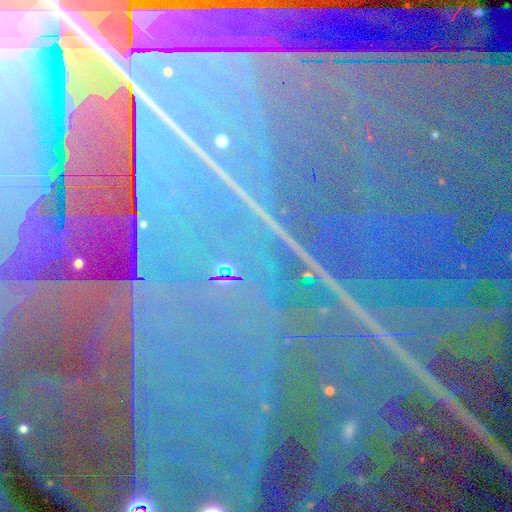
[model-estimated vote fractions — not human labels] Smooth or featured? Predicted: star or artifact (p=0.91).